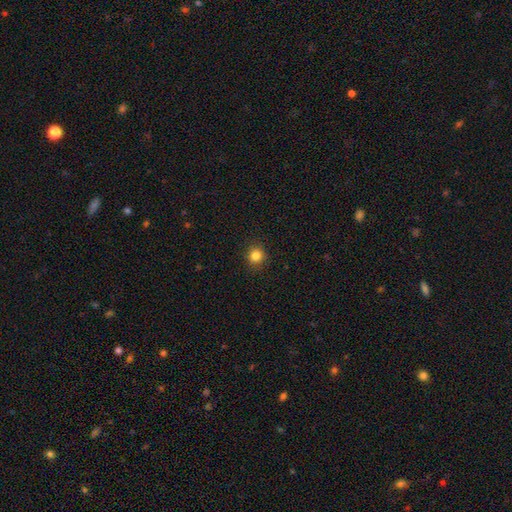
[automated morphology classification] smooth 83%, star or artifact 12%, featured or disk 5%. Down the decision tree: how rounded — round (91%); merging — none (91%).